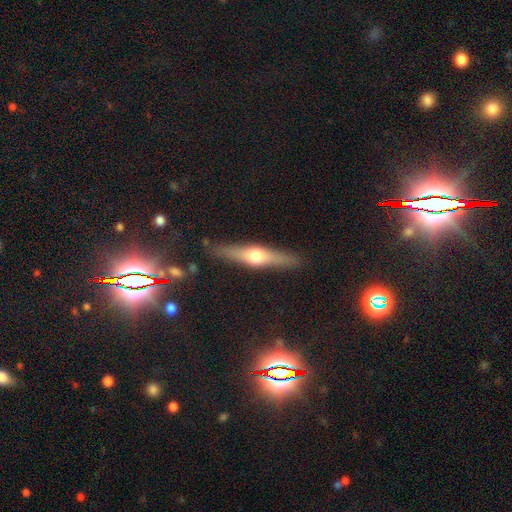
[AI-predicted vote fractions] The model was most divided on "smooth or featured": featured or disk: 57%, smooth: 37%, star or artifact: 6%. More confident: edge-on bulge — rounded (93%); edge-on disk — yes (93%); merging — none (87%).